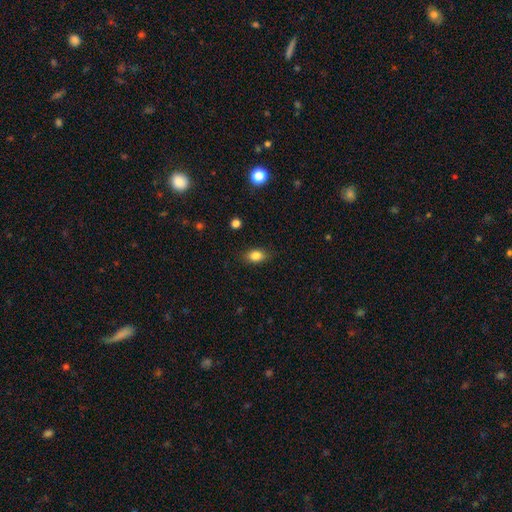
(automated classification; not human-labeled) Smooth or featured? smooth (83%)
How rounded? in between (80%)
Merging? none (85%)